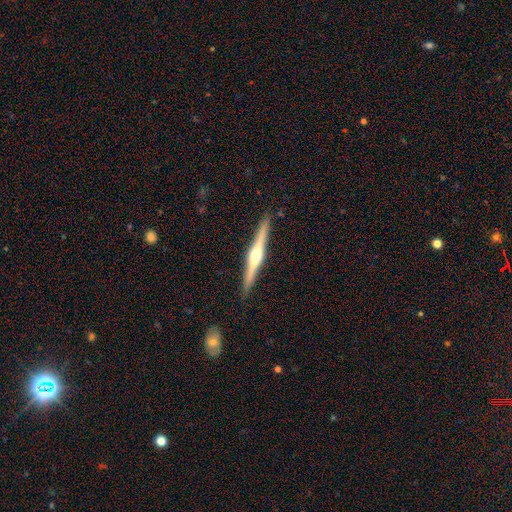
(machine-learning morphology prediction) Smooth or featured? featured or disk (79%)
Edge-on disk? yes (98%)
Edge-on bulge? rounded (92%)
Merging? none (91%)